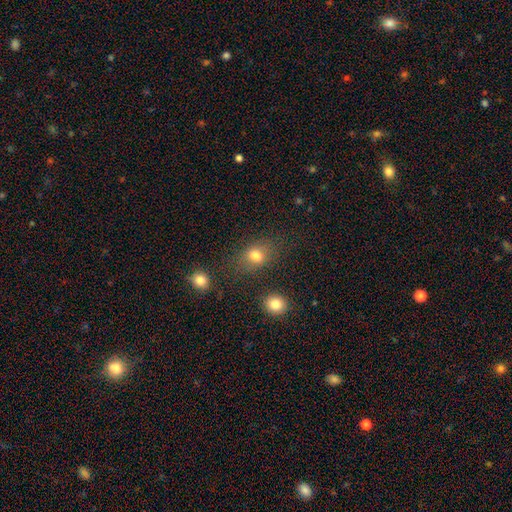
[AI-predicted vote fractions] Morphology: type=smooth (78%); roundness=in between (54%); merging=none (71%).